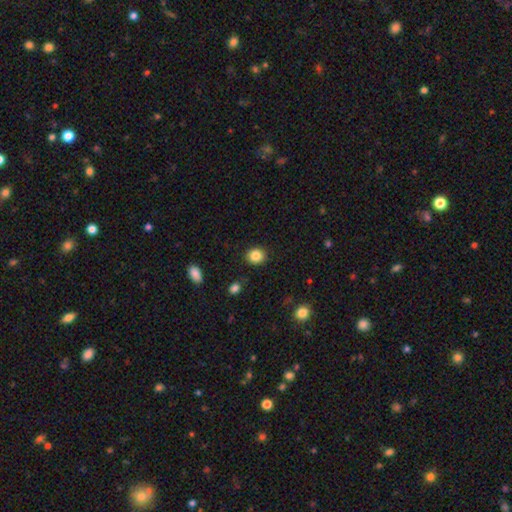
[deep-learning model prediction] This is clearly a smooth galaxy (86%). How rounded: likely round (76%). Merging: clearly none (89%).